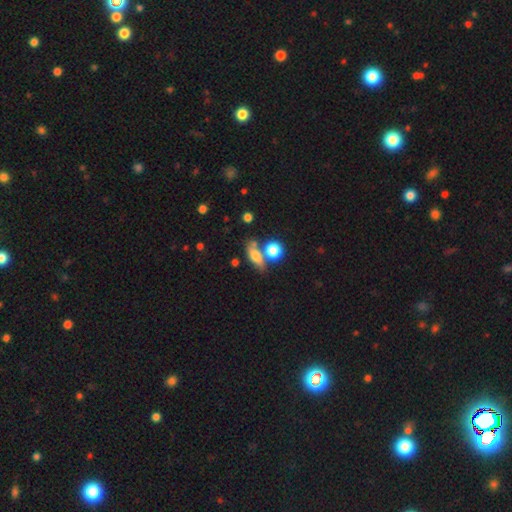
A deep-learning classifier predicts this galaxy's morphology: smooth-or-featured: smooth: 68% | featured or disk: 20% | star or artifact: 11%
  how-rounded: in between: 58% | cigar-shaped: 24% | round: 19%
  merging: none: 55% | merger: 23% | minor disturbance: 15% | major disturbance: 7%